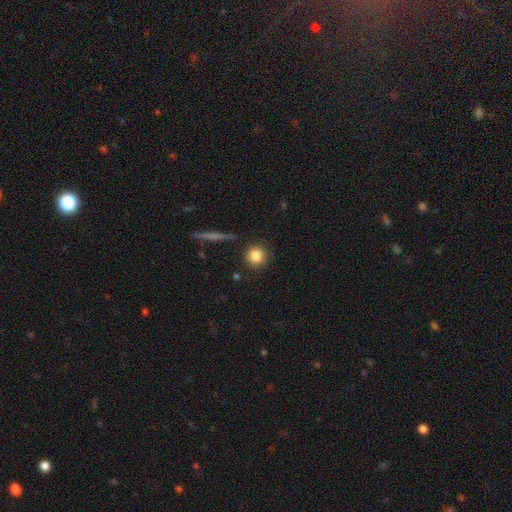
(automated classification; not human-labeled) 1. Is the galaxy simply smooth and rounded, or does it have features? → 83% smooth, 10% star or artifact, 7% featured or disk.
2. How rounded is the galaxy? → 92% round, 7% in between, 2% cigar-shaped.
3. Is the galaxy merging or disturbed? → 88% none, 7% minor disturbance, 3% merger, 2% major disturbance.